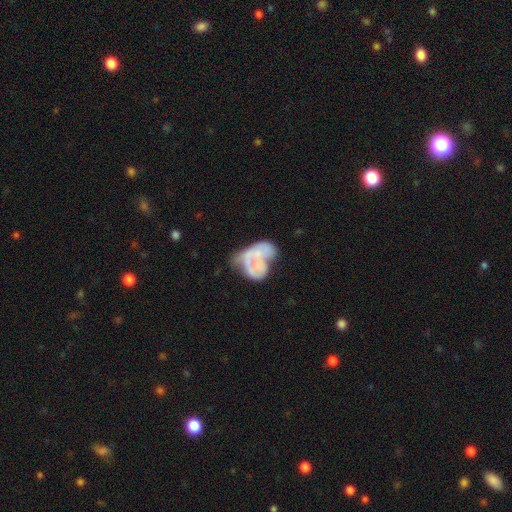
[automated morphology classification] This appears to be a featured or disk galaxy (54%) with no bar (91%), no spiral arms (81%) and no central bulge (71%). Merging: major disturbance (36%).